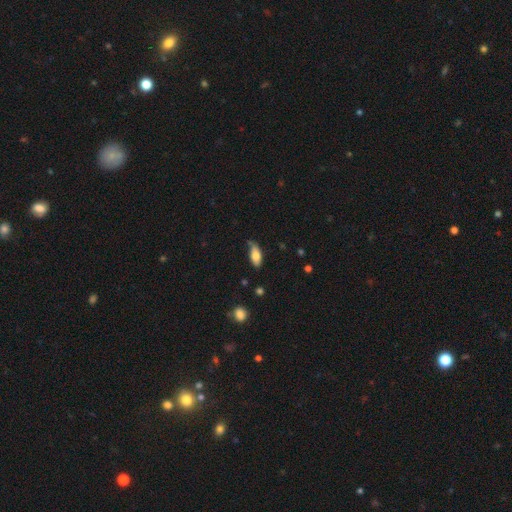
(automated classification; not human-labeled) smooth-or-featured: smooth: 74% | featured or disk: 19% | star or artifact: 7%
  how-rounded: in between: 85% | cigar-shaped: 12% | round: 3%
  merging: none: 62% | minor disturbance: 29% | major disturbance: 6% | merger: 3%